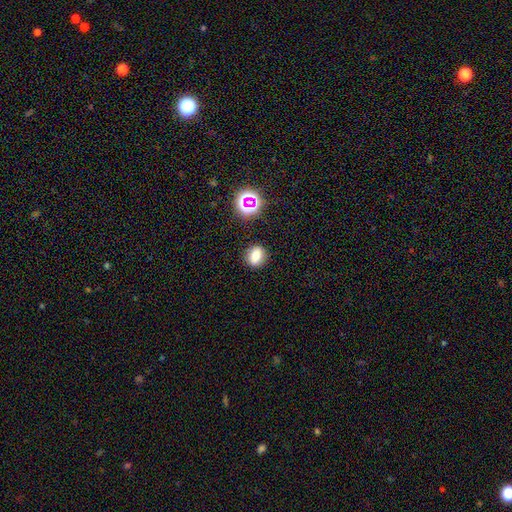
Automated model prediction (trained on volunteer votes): A smooth galaxy with no disk features (74%) that is in between round and cigar-shaped (49%, tied with round). Merging: none (87%).